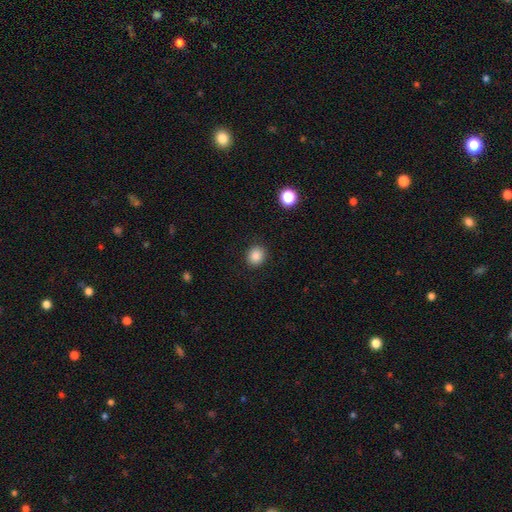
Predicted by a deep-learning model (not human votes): Smooth or featured: smooth — 86% (star or artifact — 10%)
How rounded: round — 74% (in between — 25%)
Merging: none — 90% (minor disturbance — 7%)